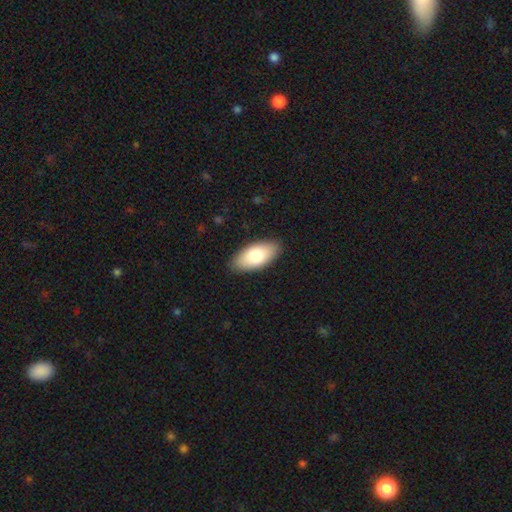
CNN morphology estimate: A smooth galaxy with no disk features (79%) that is in between round and cigar-shaped (93%). Merging: none (88%).